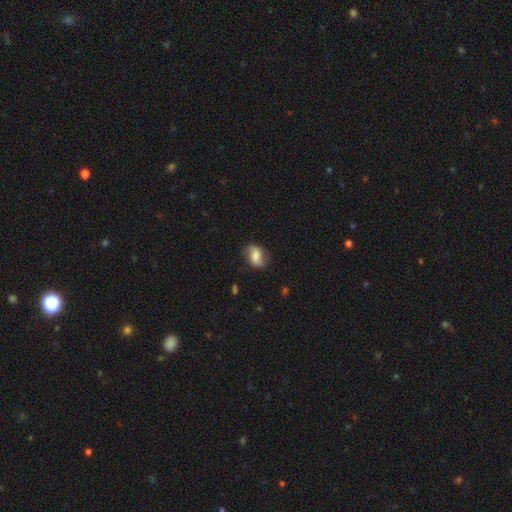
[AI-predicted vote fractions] Overall: smooth (51%; featured or disk 41%). How rounded: in between (77%). Merging: none (75%).